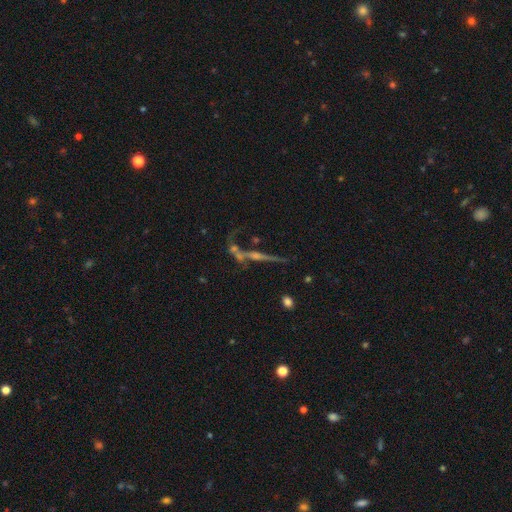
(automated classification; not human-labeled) A featured or disk galaxy (68%) viewed edge-on (83%) with a rounded central bulge (71%). Merging: none (49%).